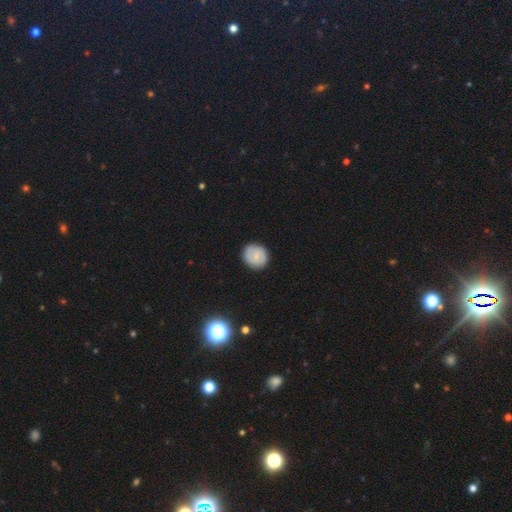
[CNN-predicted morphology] smooth 68%, featured or disk 24%, star or artifact 8%. Down the decision tree: how rounded — round (87%); merging — none (88%).